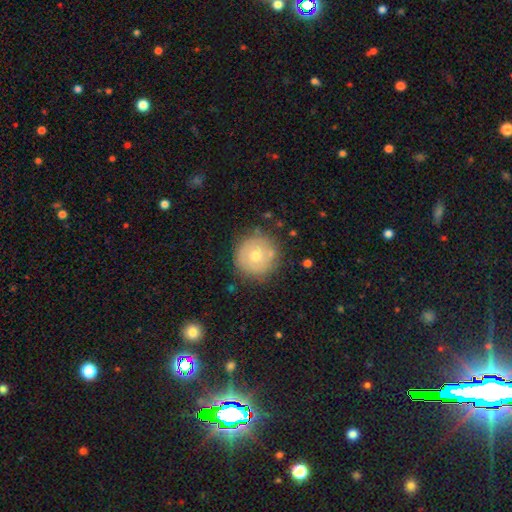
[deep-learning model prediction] A smooth galaxy with no disk features (59%) that is round (95%).

Vote fractions:
- Smooth or featured? smooth: 59% / featured or disk: 32% / star or artifact: 9%
- How rounded? round: 95% / in between: 4% / cigar-shaped: 1%
- Merging? none: 82% / minor disturbance: 12% / major disturbance: 3% / merger: 3%